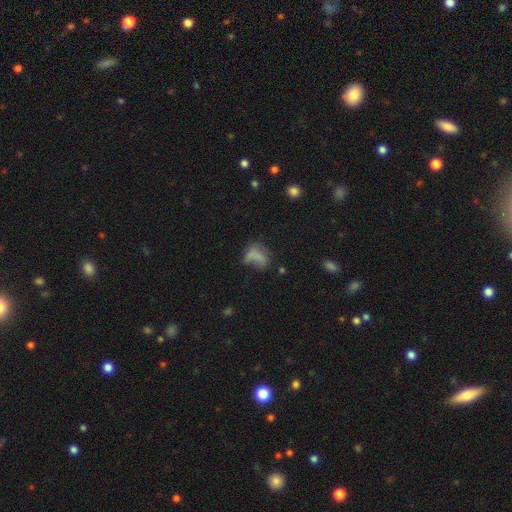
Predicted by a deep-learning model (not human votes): smooth_or_featured: smooth (p=0.63) [alt: featured or disk p=0.22]
how_rounded: in between (p=0.78) [alt: round p=0.18]
merging: major disturbance (p=0.35) [alt: none p=0.29]